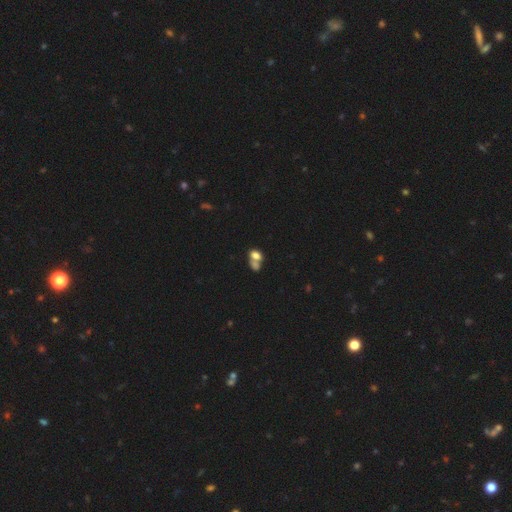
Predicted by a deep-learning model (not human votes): smooth 73%, featured or disk 16%, star or artifact 12%. Down the decision tree: how rounded — in between (69%); merging — merger (63%).